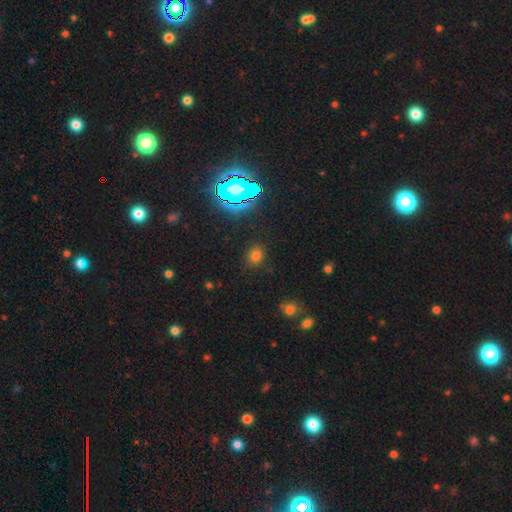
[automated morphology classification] Smooth or featured?
  - smooth: 67% *
  - star or artifact: 26%
  - featured or disk: 8%
How rounded?
  - round: 64% *
  - in between: 35%
  - cigar-shaped: 1%
Merging?
  - none: 85% *
  - minor disturbance: 10%
  - major disturbance: 3%
  - merger: 2%